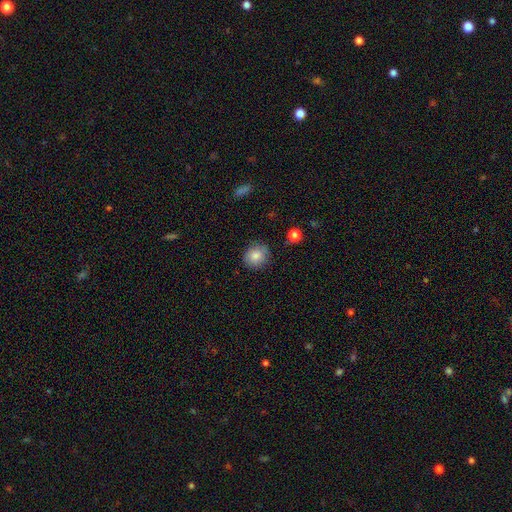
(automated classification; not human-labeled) Smooth or featured? Predicted: smooth (p=0.83). How rounded? Predicted: round (p=0.79). Merging? Predicted: none (p=0.81).